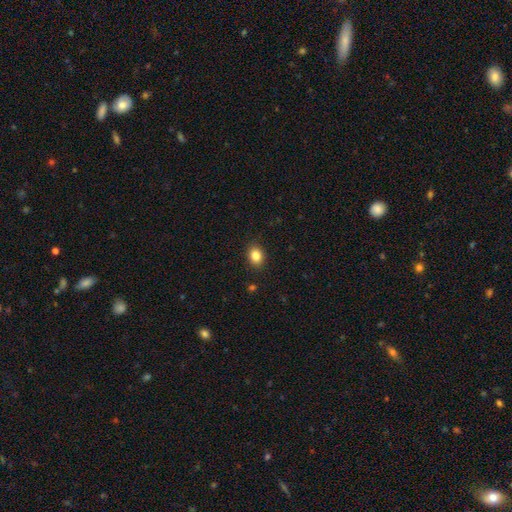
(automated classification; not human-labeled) Overall: smooth (85%). How rounded: in between (56%; round 43%). Merging: none (88%).